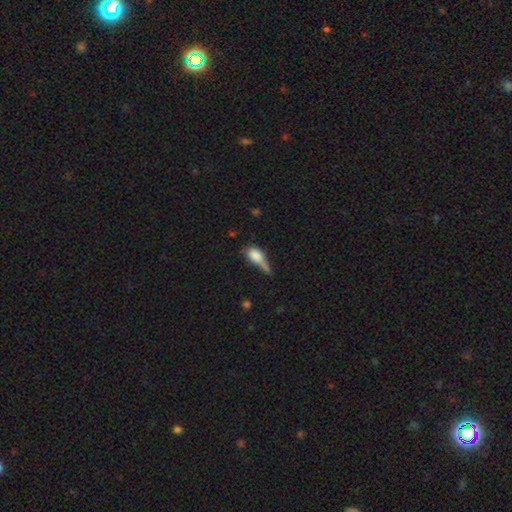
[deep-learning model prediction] Smooth or featured? smooth (70%)
How rounded? in between (72%)
Merging? minor disturbance (27%, tied with none)